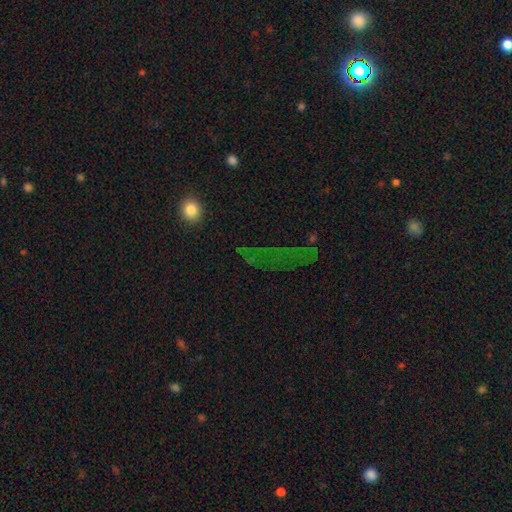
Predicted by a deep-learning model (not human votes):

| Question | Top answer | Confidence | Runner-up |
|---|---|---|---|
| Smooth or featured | star or artifact | 48% | smooth (38%) |